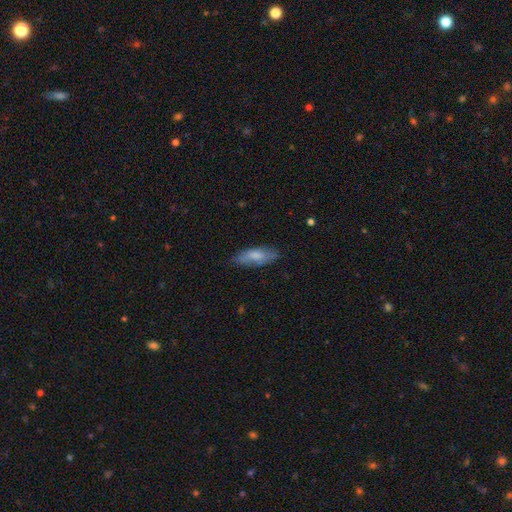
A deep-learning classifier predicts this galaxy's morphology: Q: Smooth or featured?
A: smooth (73%); runner-up: featured or disk (21%)
Q: How rounded?
A: in between (63%); runner-up: cigar-shaped (35%)
Q: Merging?
A: none (74%); runner-up: minor disturbance (20%)